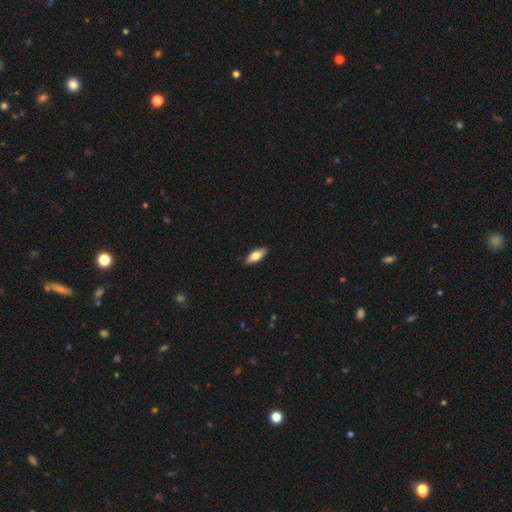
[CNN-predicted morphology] type=smooth (67%); roundness=in between (72%); merging=none (89%).